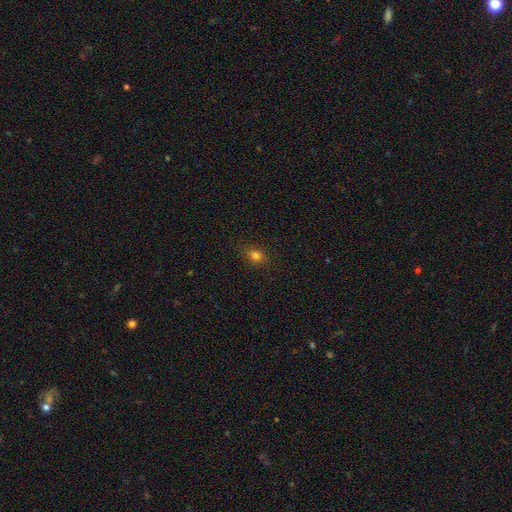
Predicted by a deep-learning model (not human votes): Morphology: type=smooth (77%); roundness=round (57%); merging=none (84%).